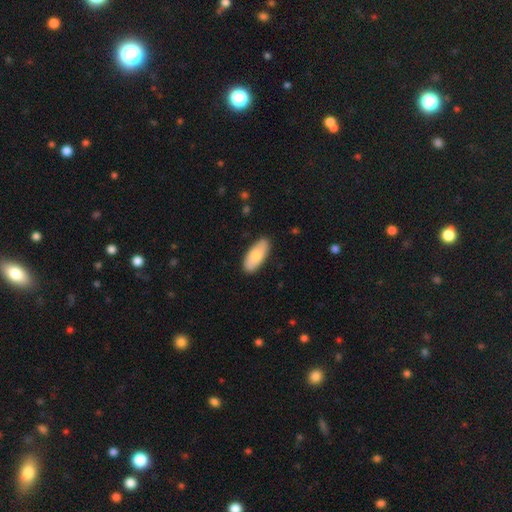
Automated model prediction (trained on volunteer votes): Smooth or featured? Predicted: smooth (p=0.74). How rounded? Predicted: in between (p=0.86). Merging? Predicted: none (p=0.86).